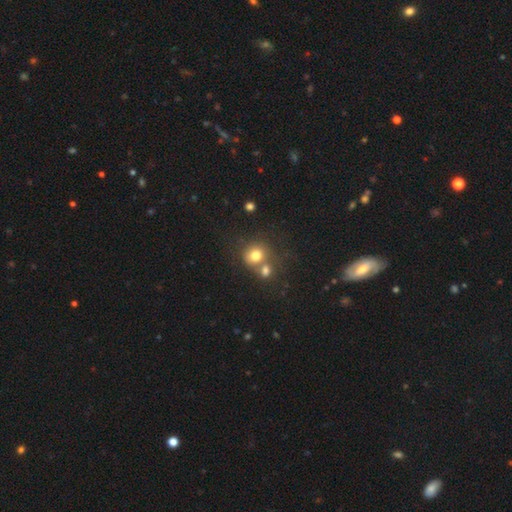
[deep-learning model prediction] Morphology: type=smooth (76%); roundness=round (82%); merging=none (46%).